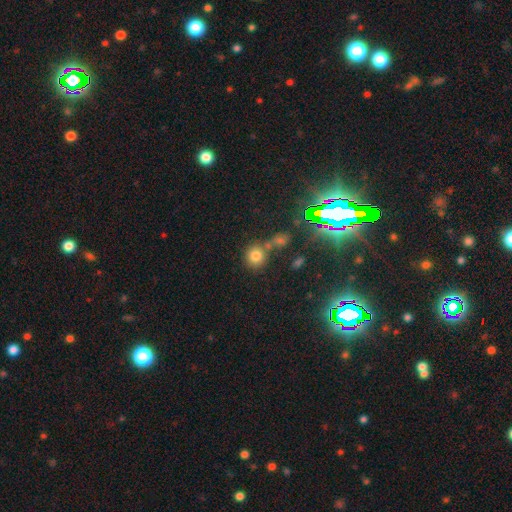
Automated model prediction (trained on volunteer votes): Smooth or featured: smooth — 73% (star or artifact — 19%)
How rounded: round — 89% (in between — 10%)
Merging: none — 60% (merger — 26%)